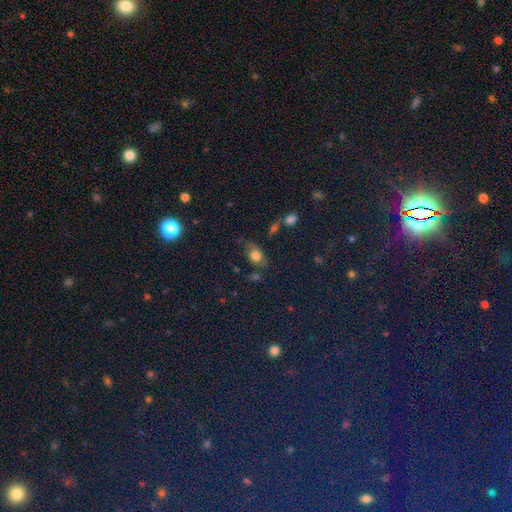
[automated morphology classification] A smooth galaxy with no disk features (75%) that is in between round and cigar-shaped (76%).

Vote fractions:
- Smooth or featured? smooth: 75% / featured or disk: 14% / star or artifact: 12%
- How rounded? in between: 76% / round: 21% / cigar-shaped: 3%
- Merging? none: 60% / minor disturbance: 25% / major disturbance: 9% / merger: 6%